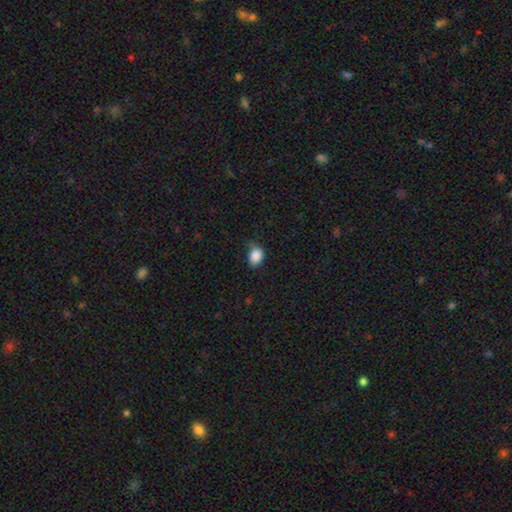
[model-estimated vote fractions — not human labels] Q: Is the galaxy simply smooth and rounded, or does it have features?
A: smooth — 88%.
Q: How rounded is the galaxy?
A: in between — 64%.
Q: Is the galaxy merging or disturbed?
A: none — 57%.